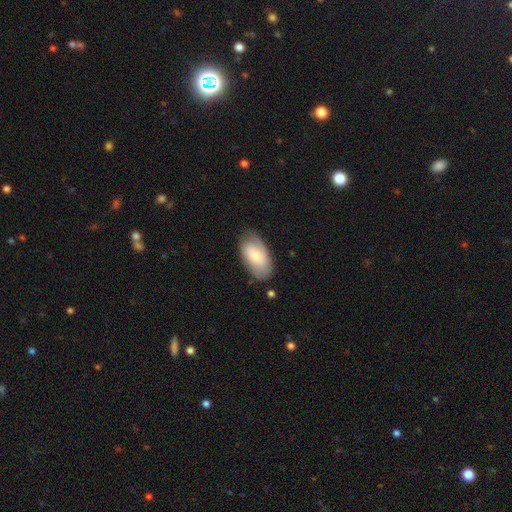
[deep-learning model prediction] Smooth or featured?
  - smooth: 63% *
  - featured or disk: 31%
  - star or artifact: 6%
How rounded?
  - in between: 94% *
  - round: 4%
  - cigar-shaped: 2%
Merging?
  - none: 71% *
  - minor disturbance: 21%
  - major disturbance: 6%
  - merger: 2%